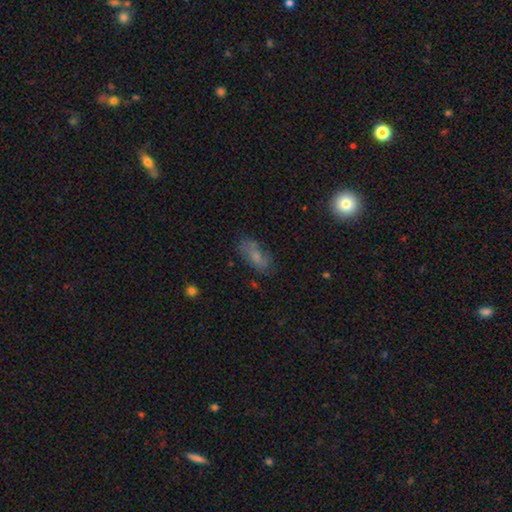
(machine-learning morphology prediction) This appears to be a smooth galaxy with no disk features (65%) that is in between round and cigar-shaped (81%). Merging: none (65%).